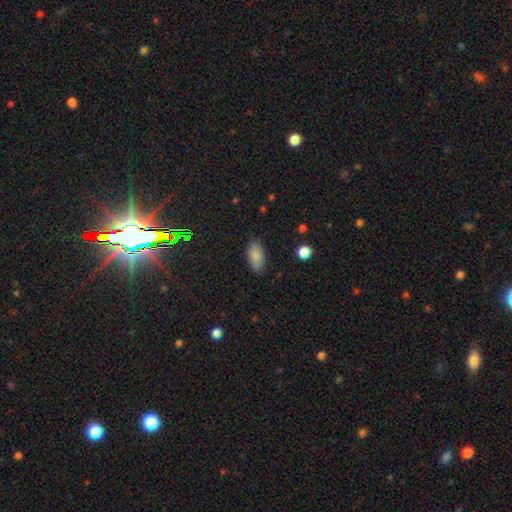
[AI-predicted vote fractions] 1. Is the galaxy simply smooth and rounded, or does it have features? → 85% smooth, 8% star or artifact, 6% featured or disk.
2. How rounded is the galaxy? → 92% in between, 5% cigar-shaped, 3% round.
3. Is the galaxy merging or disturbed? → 83% none, 13% minor disturbance, 3% major disturbance, 1% merger.